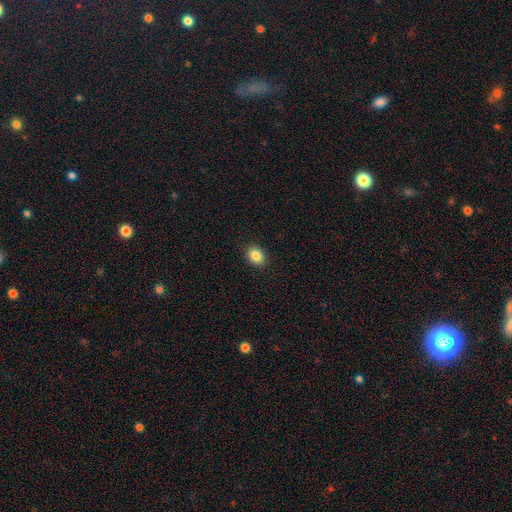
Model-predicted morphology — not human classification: Smooth or featured: smooth — 86% (star or artifact — 9%)
How rounded: in between — 53% (round — 46%)
Merging: none — 91% (minor disturbance — 7%)